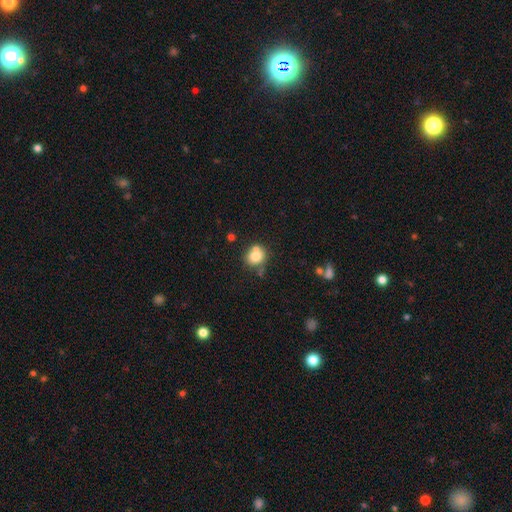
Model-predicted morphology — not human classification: A smooth galaxy with no disk features (78%) that is round (78%). Merging: none (57%).